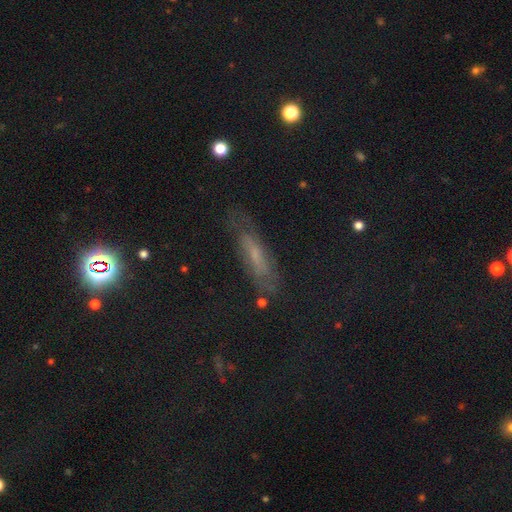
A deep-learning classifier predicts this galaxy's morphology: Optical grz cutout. It shows a featured or disk galaxy (38%). Merging: none (70%).